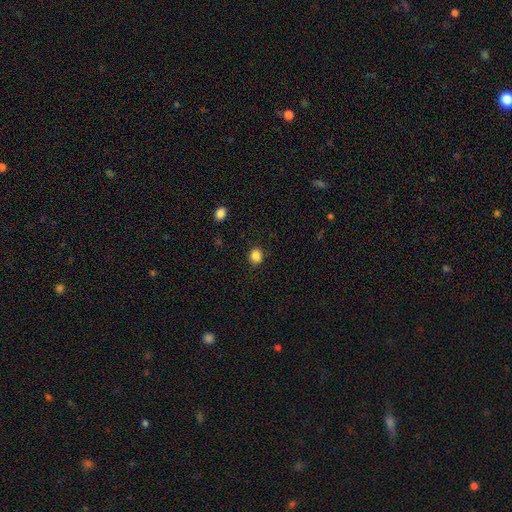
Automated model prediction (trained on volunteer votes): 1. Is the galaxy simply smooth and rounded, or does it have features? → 86% smooth, 11% star or artifact, 3% featured or disk.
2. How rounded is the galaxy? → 69% round, 30% in between, 1% cigar-shaped.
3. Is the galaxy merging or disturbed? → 88% none, 8% minor disturbance, 3% major disturbance, 1% merger.